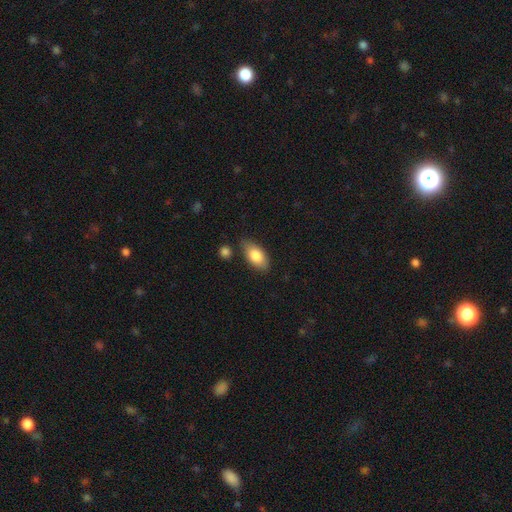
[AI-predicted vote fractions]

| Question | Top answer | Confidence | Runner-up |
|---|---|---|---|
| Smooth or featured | smooth | 81% | featured or disk (13%) |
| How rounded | in between | 91% | cigar-shaped (5%) |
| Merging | none | 74% | minor disturbance (17%) |